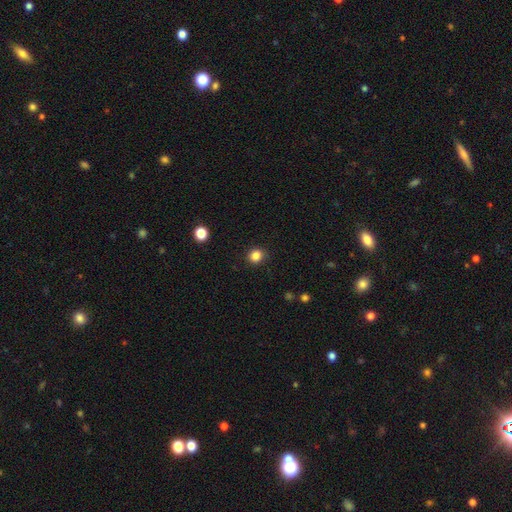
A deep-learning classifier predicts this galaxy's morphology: Smooth or featured: smooth — 84% (star or artifact — 12%)
How rounded: round — 88% (in between — 12%)
Merging: none — 90% (minor disturbance — 7%)